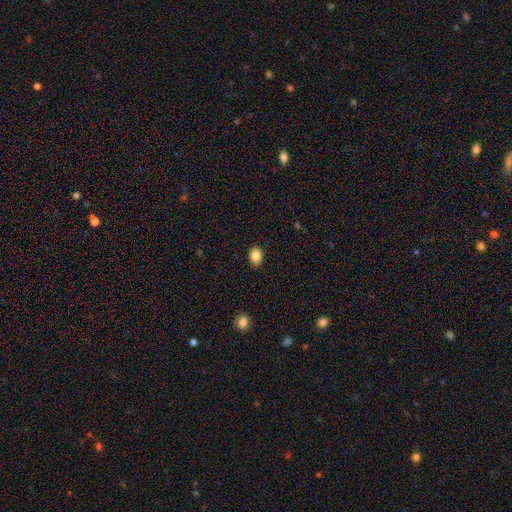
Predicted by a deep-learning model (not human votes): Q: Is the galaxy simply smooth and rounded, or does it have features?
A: smooth — 85%.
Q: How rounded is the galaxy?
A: in between — 60%.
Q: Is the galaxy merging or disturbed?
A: none — 89%.